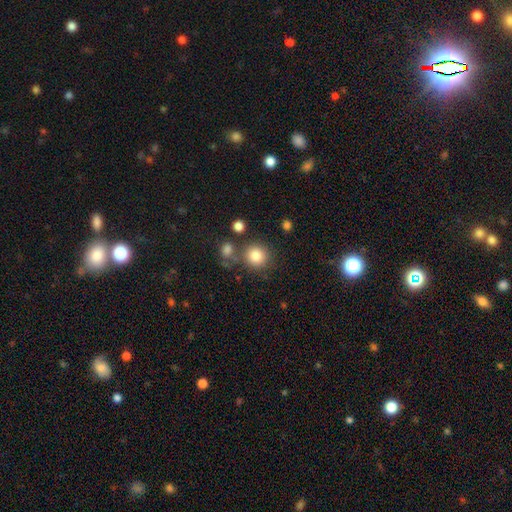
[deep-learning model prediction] Morphology: type=smooth (83%); roundness=round (91%); merging=none (73%).